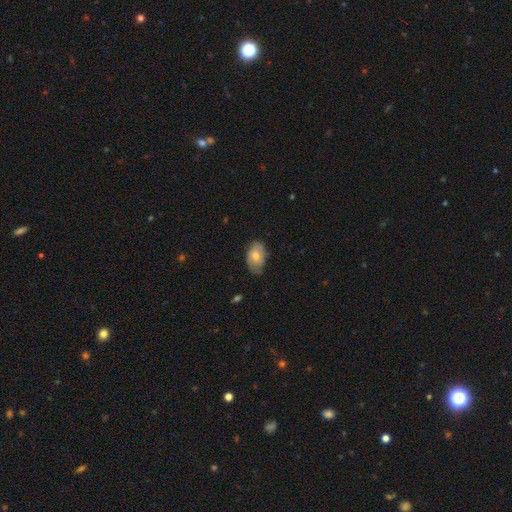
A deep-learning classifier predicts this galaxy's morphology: Q: Smooth or featured?
A: smooth (65%); runner-up: featured or disk (28%)
Q: How rounded?
A: in between (86%); runner-up: round (13%)
Q: Merging?
A: none (62%); runner-up: minor disturbance (31%)